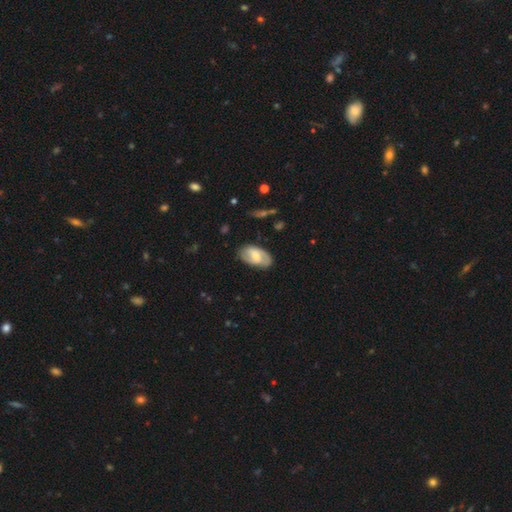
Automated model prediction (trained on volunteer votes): smooth_or_featured: featured or disk (p=0.60) [alt: smooth p=0.34]
disk_edge_on: no (p=0.95) [alt: yes p=0.05]
bar: weak (p=0.50) [alt: no p=0.28]
has_spiral_arms: yes (p=0.80) [alt: no p=0.20]
bulge_size: moderate (p=0.49) [alt: small p=0.42]
merging: none (p=0.78) [alt: minor disturbance p=0.17]